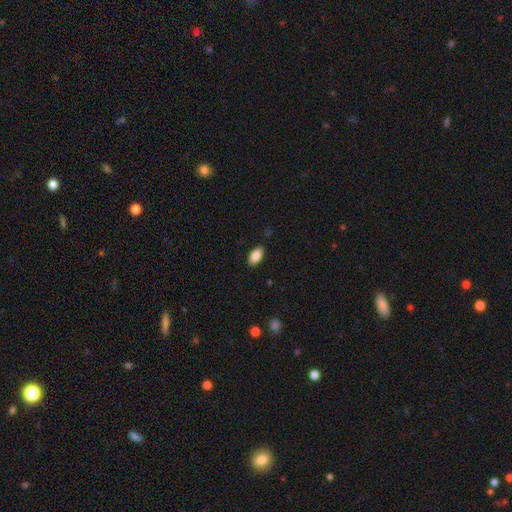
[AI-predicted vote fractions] A smooth galaxy with no disk features (85%) that is in between round and cigar-shaped (92%).

Vote fractions:
- Smooth or featured? smooth: 85% / featured or disk: 8% / star or artifact: 7%
- How rounded? in between: 92% / cigar-shaped: 6% / round: 2%
- Merging? none: 88% / minor disturbance: 9% / major disturbance: 2% / merger: 1%